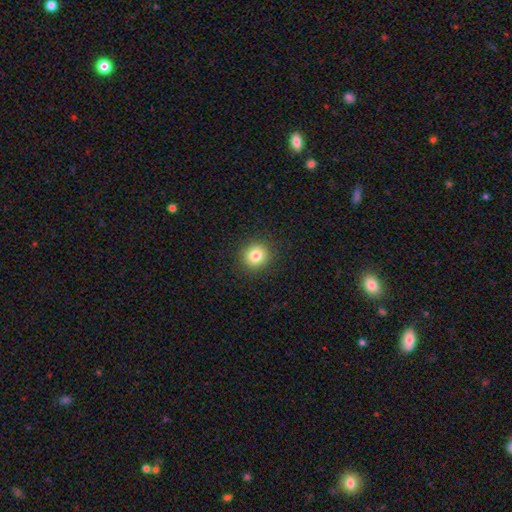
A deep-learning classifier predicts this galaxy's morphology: Smooth or featured: smooth — 82% (star or artifact — 11%)
How rounded: round — 89% (in between — 10%)
Merging: none — 91% (minor disturbance — 6%)